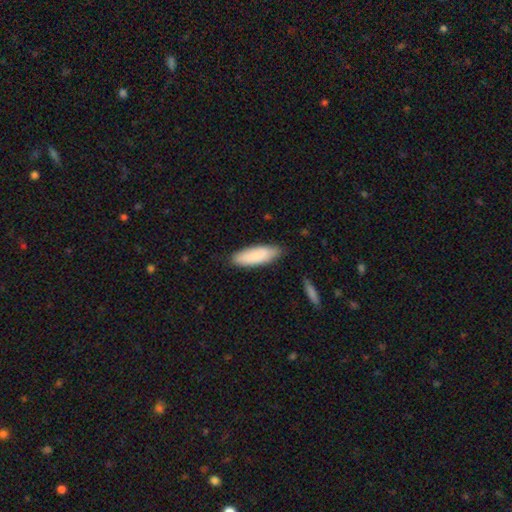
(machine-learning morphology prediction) This is clearly a smooth galaxy (87%). How rounded: possibly in between (56%). Merging: clearly none (82%).